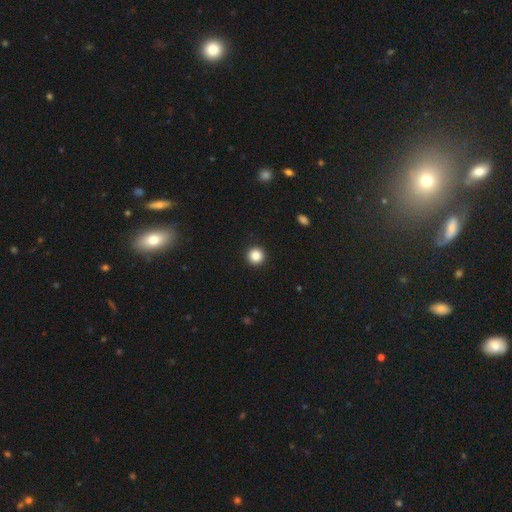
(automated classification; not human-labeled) Smooth or featured? Predicted: smooth (p=0.86). How rounded? Predicted: round (p=0.96). Merging? Predicted: none (p=0.94).